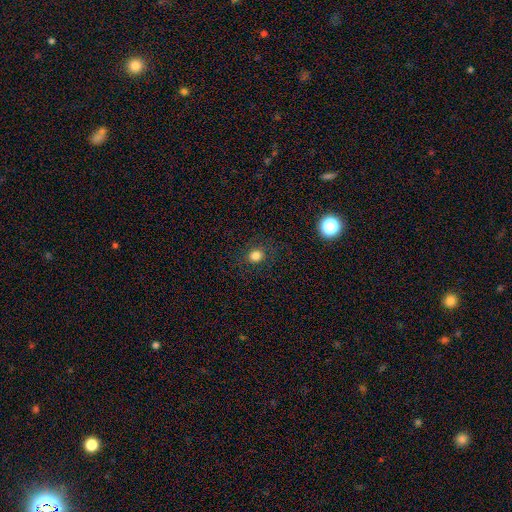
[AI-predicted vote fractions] smooth-or-featured: smooth: 81% | star or artifact: 14% | featured or disk: 6%
  how-rounded: round: 76% | in between: 23% | cigar-shaped: 1%
  merging: none: 85% | minor disturbance: 10% | major disturbance: 5% | merger: 1%